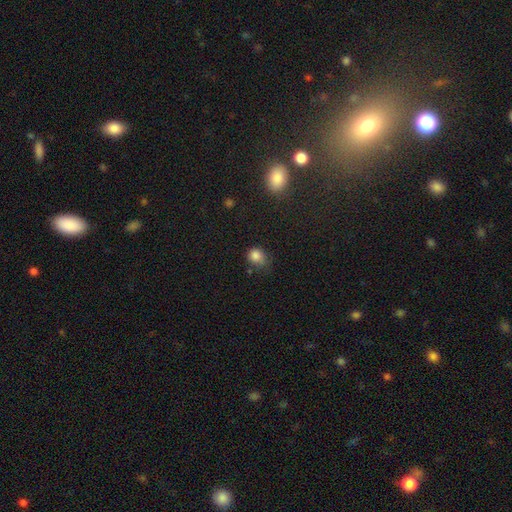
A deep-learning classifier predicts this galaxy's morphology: Smooth or featured?
  - smooth: 82% *
  - star or artifact: 13%
  - featured or disk: 5%
How rounded?
  - round: 63% *
  - in between: 36%
  - cigar-shaped: 1%
Merging?
  - none: 52% *
  - minor disturbance: 33%
  - major disturbance: 11%
  - merger: 4%